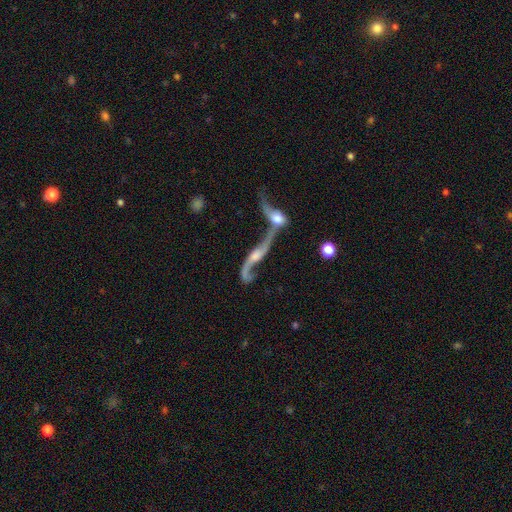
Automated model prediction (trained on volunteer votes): A featured or disk galaxy (82%) with no bar (56%), 2 (87%) loose (88%) spiral arms (87%) and a moderate central bulge (45%).

Vote fractions:
- Smooth or featured? featured or disk: 82% / smooth: 9% / star or artifact: 9%
- Edge-on disk? no: 72% / yes: 28%
- Bar? no: 56% / weak: 31% / strong: 13%
- Spiral arms? yes: 87% / no: 13%
- Spiral winding? loose: 88% / medium: 9% / tight: 4%
- Spiral arm count? 2: 87% / 1: 6% / can't tell: 4% / 3: 1% / 4: 1% / more than 4: 1%
- Bulge size? moderate: 45% / small: 37% / none: 10% / large: 6% / dominant: 2%
- Merging? merger: 64% / none: 19% / major disturbance: 10% / minor disturbance: 8%